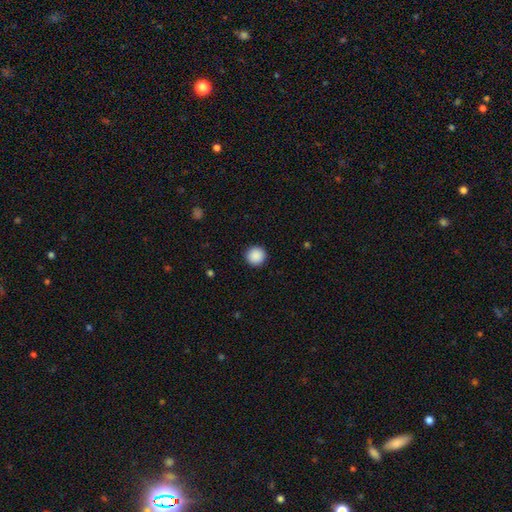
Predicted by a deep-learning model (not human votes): smooth-or-featured: smooth: 90% | star or artifact: 8% | featured or disk: 2%
  how-rounded: round: 96% | in between: 3% | cigar-shaped: 1%
  merging: none: 93% | minor disturbance: 5% | major disturbance: 2% | merger: 1%